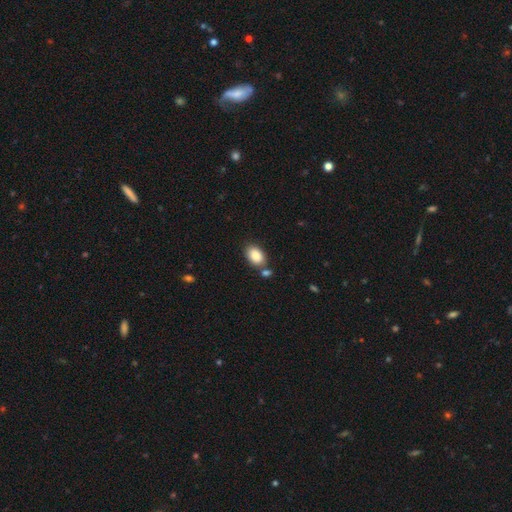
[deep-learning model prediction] Overall: smooth (88%). How rounded: in between (86%). Merging: none (68%).